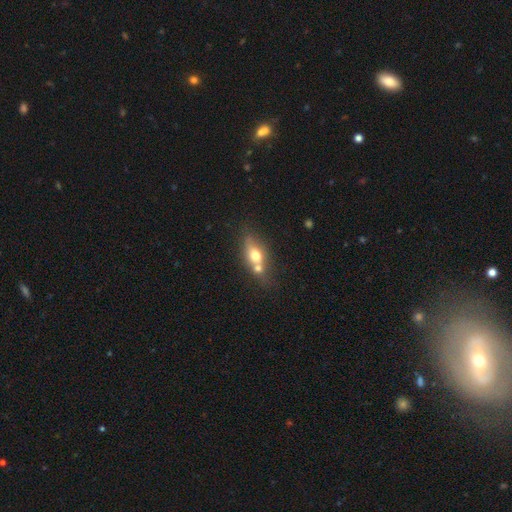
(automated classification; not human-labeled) Smooth or featured? Predicted: smooth (p=0.61). How rounded? Predicted: in between (p=0.67). Merging? Predicted: merger (p=0.45).